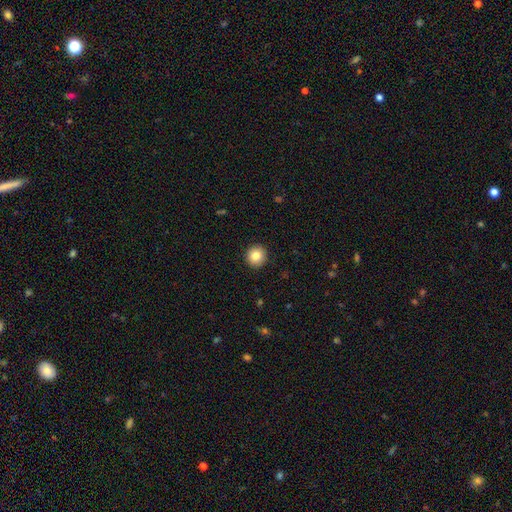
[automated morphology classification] Smooth or featured? Predicted: smooth (p=0.83). How rounded? Predicted: round (p=0.95). Merging? Predicted: none (p=0.93).